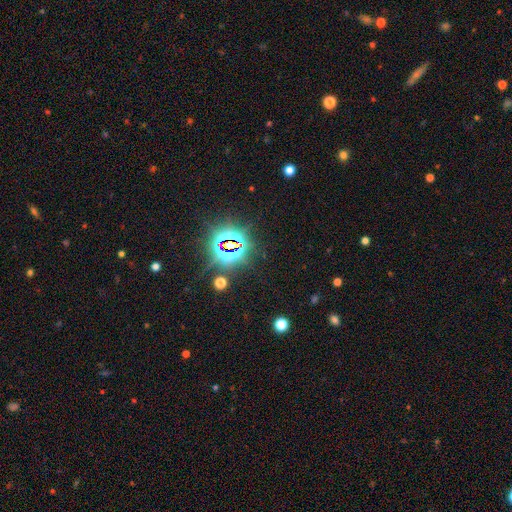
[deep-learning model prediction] Smooth or featured?
  - star or artifact: 84% *
  - smooth: 9%
  - featured or disk: 6%